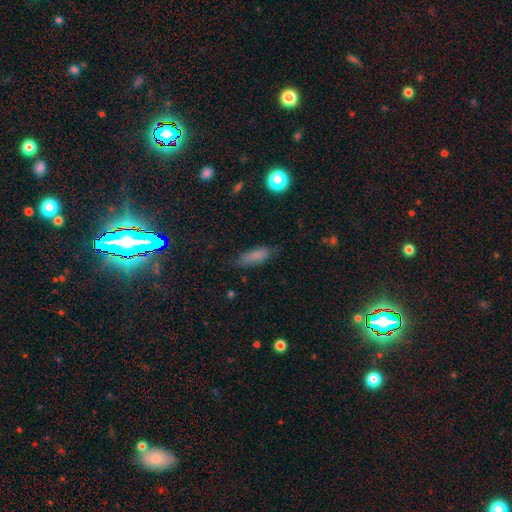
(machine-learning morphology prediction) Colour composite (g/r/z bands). It shows a smooth galaxy with no disk features (81%) that is in between round and cigar-shaped (60%). Merging: none (77%).